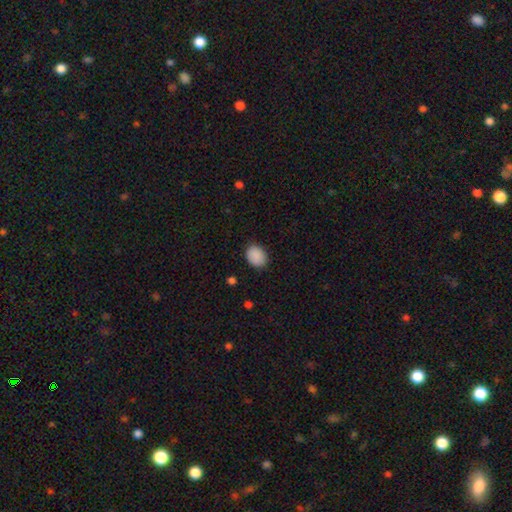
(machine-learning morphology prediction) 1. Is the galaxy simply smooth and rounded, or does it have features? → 90% smooth, 8% star or artifact, 3% featured or disk.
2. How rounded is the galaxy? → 65% in between, 34% round, 1% cigar-shaped.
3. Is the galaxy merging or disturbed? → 86% none, 11% minor disturbance, 3% major disturbance, 1% merger.